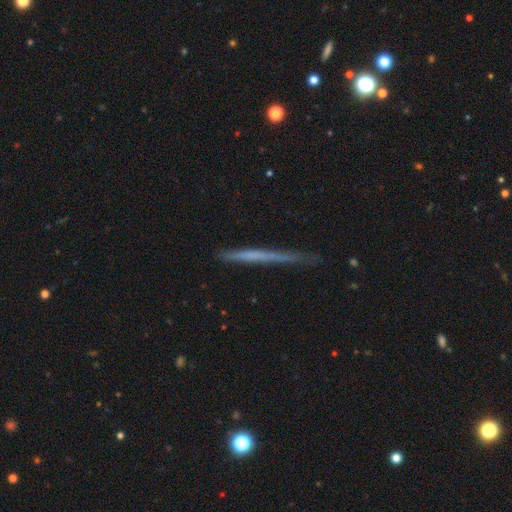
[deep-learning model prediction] Smooth or featured? featured or disk (48%)
Merging? none (79%)